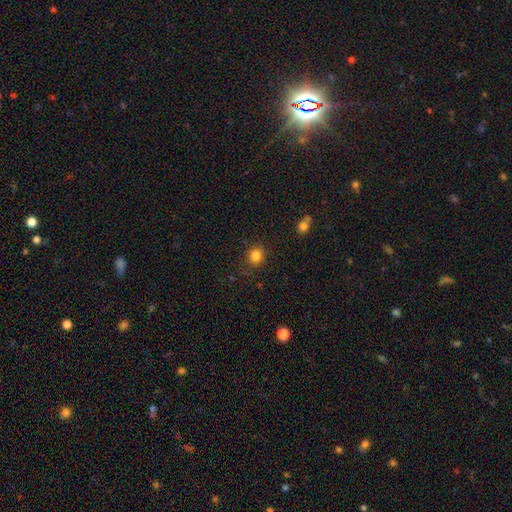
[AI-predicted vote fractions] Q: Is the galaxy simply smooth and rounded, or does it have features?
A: smooth — 84%.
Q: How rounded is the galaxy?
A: round — 82%.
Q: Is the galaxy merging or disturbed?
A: none — 84%.